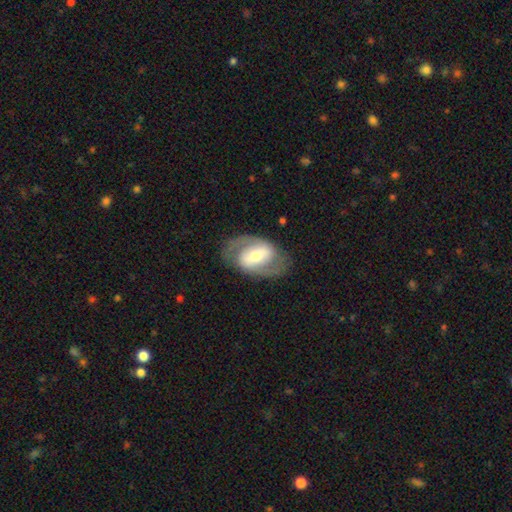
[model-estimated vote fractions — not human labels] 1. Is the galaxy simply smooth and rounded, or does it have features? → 76% featured or disk, 19% smooth, 6% star or artifact.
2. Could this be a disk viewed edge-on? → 95% no, 5% yes.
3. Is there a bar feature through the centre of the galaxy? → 49% strong, 35% weak, 16% no.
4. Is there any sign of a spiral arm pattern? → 82% yes, 18% no.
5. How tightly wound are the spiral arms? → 50% medium, 29% tight, 21% loose.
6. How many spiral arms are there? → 88% 2, 7% can't tell, 2% 1, 1% 3, 1% 4, 1% more than 4.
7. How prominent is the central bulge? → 49% moderate, 36% small, 11% large, 2% dominant, 2% none.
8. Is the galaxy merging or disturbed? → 78% none, 13% minor disturbance, 7% major disturbance, 1% merger.